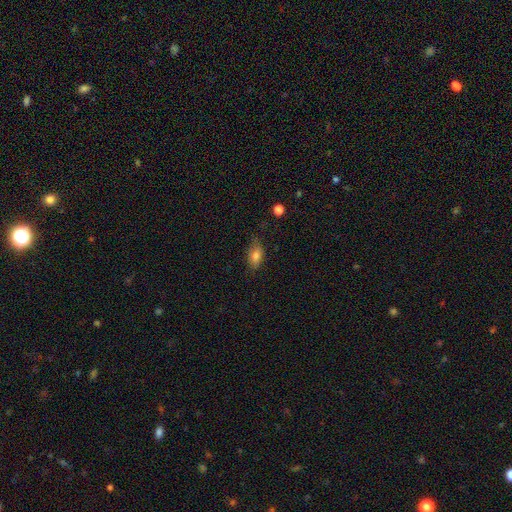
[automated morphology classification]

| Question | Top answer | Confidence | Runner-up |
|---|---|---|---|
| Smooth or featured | smooth | 79% | featured or disk (12%) |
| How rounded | in between | 86% | round (9%) |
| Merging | none | 69% | minor disturbance (24%) |